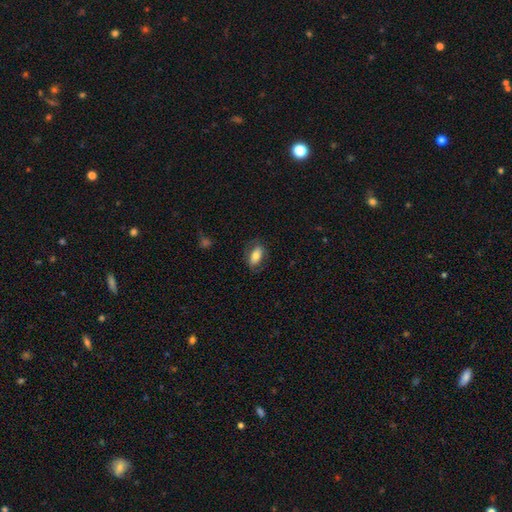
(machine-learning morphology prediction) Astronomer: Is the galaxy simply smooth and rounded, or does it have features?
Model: smooth — 71%.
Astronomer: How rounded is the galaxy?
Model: in between — 90%.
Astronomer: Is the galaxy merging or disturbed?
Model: none — 74%.